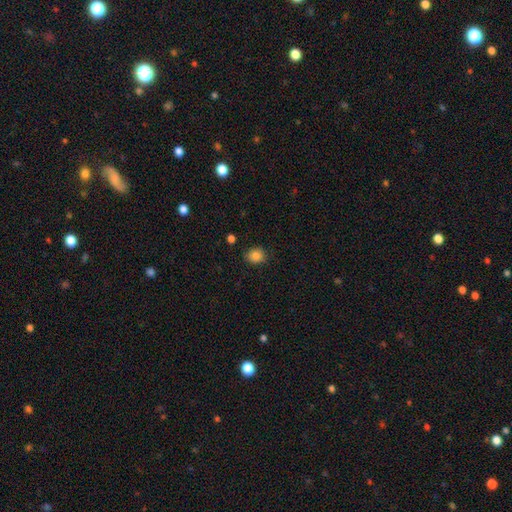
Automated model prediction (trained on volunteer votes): Morphology: type=smooth (84%); roundness=round (69%); merging=none (84%).